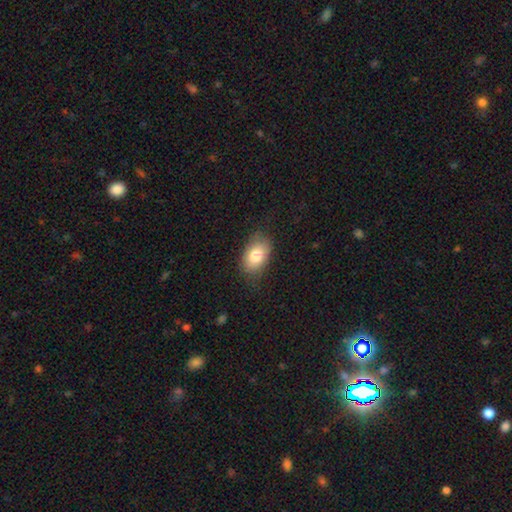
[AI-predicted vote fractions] This is clearly a smooth galaxy (83%). How rounded: clearly in between (91%). Merging: likely none (74%).